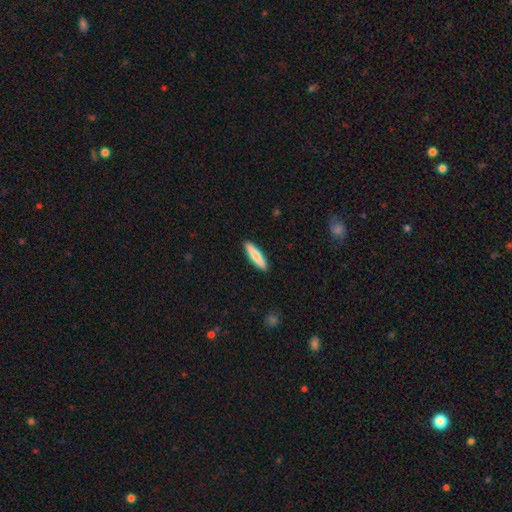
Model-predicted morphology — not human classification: Overall: smooth (77%). How rounded: cigar-shaped (83%). Merging: none (91%).